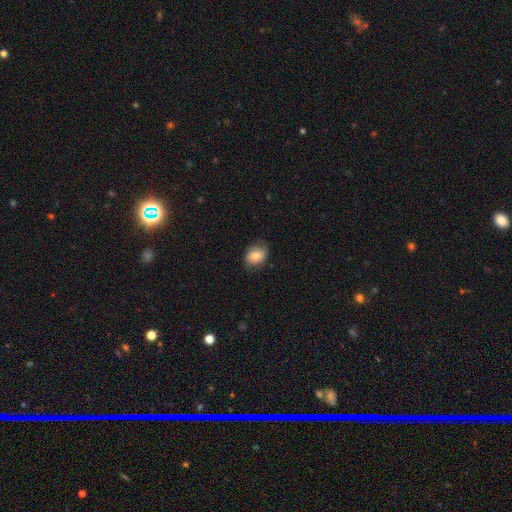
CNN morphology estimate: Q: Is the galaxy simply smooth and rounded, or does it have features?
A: smooth — 70%.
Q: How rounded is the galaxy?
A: in between — 58%.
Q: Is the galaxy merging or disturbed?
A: none — 71%.